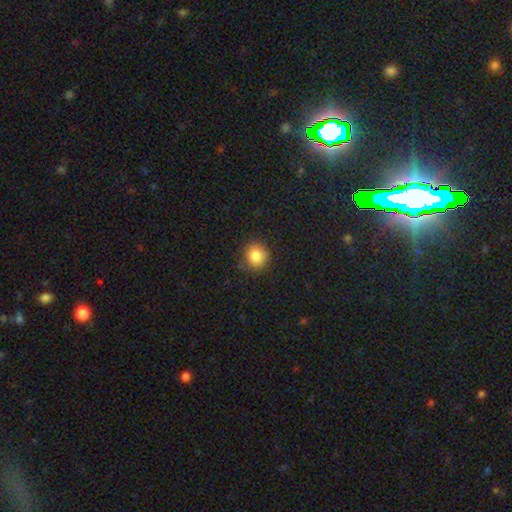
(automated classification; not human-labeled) A smooth galaxy with no disk features (84%) that is round (86%).

Vote fractions:
- Smooth or featured? smooth: 84% / star or artifact: 10% / featured or disk: 5%
- How rounded? round: 86% / in between: 13% / cigar-shaped: 1%
- Merging? none: 83% / minor disturbance: 13% / major disturbance: 3% / merger: 1%